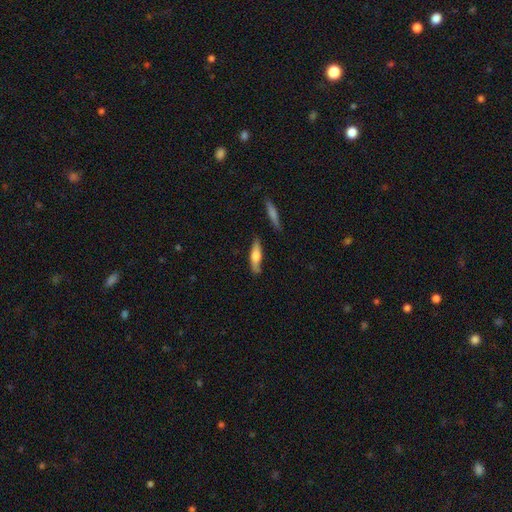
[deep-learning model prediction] smooth-or-featured: smooth: 59% | featured or disk: 35% | star or artifact: 6%
  how-rounded: cigar-shaped: 66% | in between: 32% | round: 2%
  merging: none: 75% | minor disturbance: 18% | major disturbance: 4% | merger: 3%